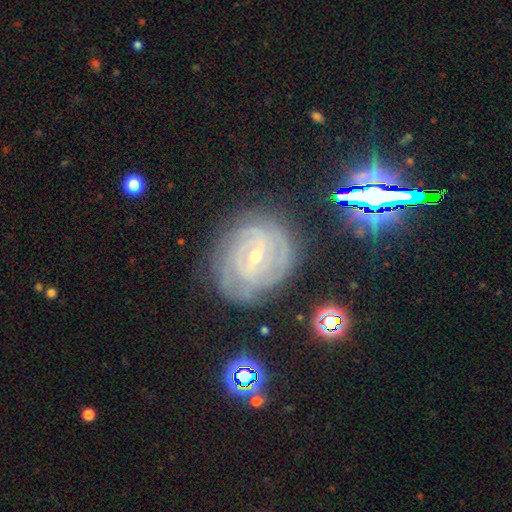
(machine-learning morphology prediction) This appears to be a featured or disk galaxy (84%) with a weak bar (49%), tight (76%) spiral arms (96%) and a small central bulge (70%). Merging: none (76%).